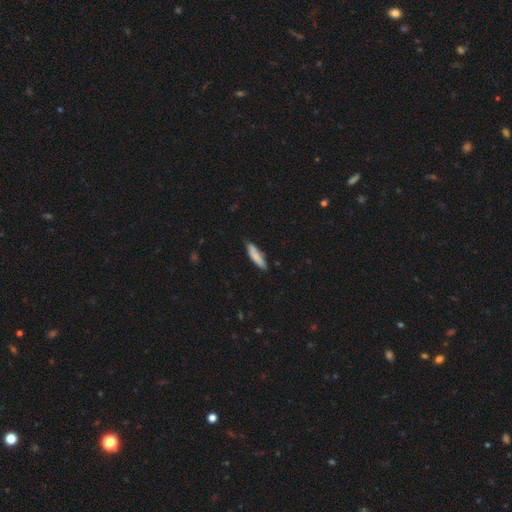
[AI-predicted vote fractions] smooth 82%, featured or disk 12%, star or artifact 6%. Down the decision tree: how rounded — cigar-shaped (77%); merging — none (77%).